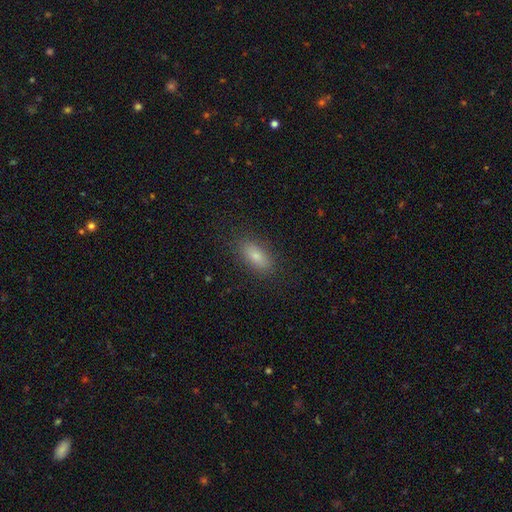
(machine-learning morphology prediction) A smooth galaxy with no disk features (77%) that is in between round and cigar-shaped (80%).

Vote fractions:
- Smooth or featured? smooth: 77% / featured or disk: 12% / star or artifact: 11%
- How rounded? in between: 80% / cigar-shaped: 15% / round: 5%
- Merging? none: 87% / minor disturbance: 9% / major disturbance: 3% / merger: 1%